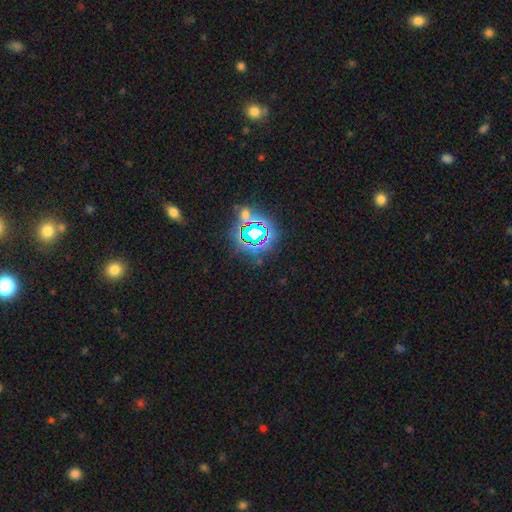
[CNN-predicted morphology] smooth_or_featured: star or artifact (p=0.78) [alt: smooth p=0.14]